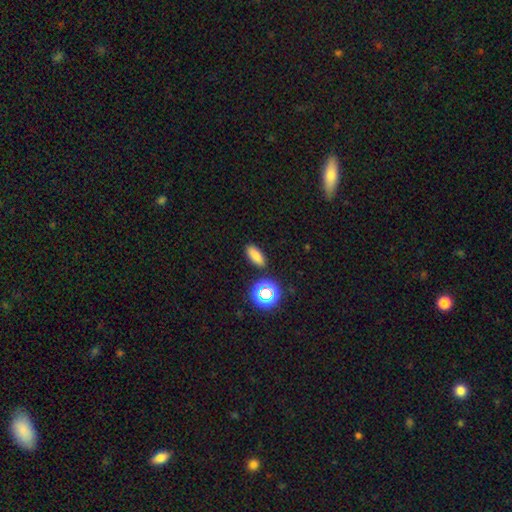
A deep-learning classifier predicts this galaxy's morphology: A smooth galaxy with no disk features (77%) that is in between round and cigar-shaped (77%). Merging: none (87%).